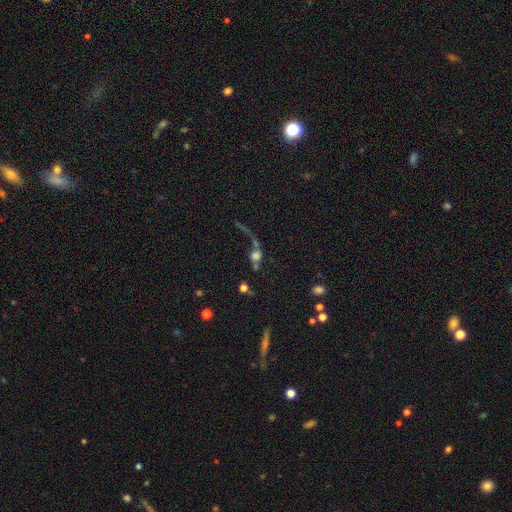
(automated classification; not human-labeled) The model was most divided on "merging": merger: 39%, major disturbance: 27%, none: 24%, minor disturbance: 10%. More confident: how rounded — round (64%); smooth or featured — smooth (51%).